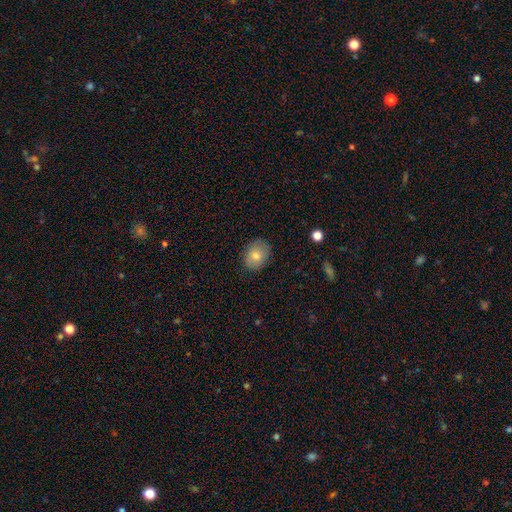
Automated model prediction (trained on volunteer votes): Smooth or featured? smooth (74%)
How rounded? in between (61%)
Merging? none (85%)